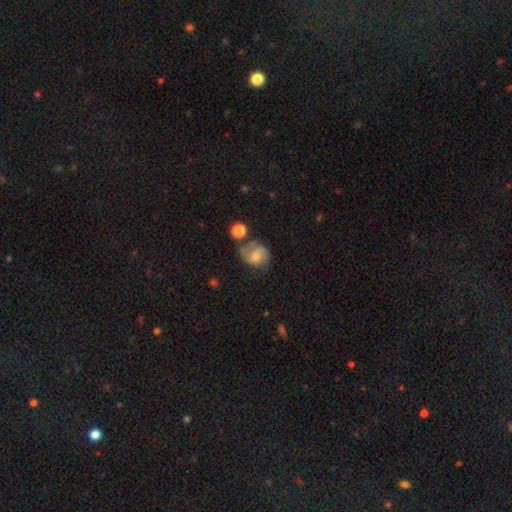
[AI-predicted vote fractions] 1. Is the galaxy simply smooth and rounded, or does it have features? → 49% smooth, 42% featured or disk, 9% star or artifact.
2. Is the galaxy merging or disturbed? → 49% none, 27% minor disturbance, 13% major disturbance, 11% merger.